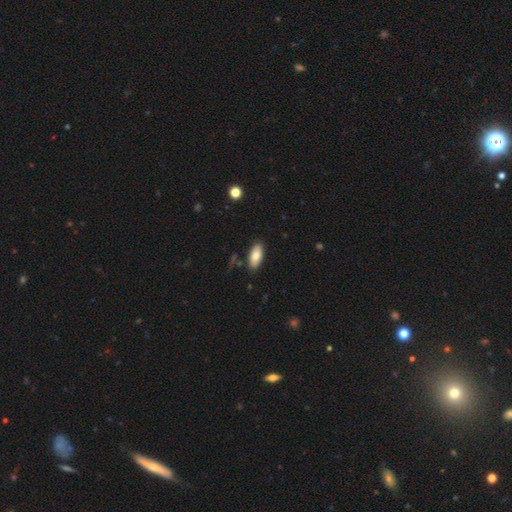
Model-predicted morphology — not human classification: smooth 80%, featured or disk 14%, star or artifact 7%. Down the decision tree: how rounded — in between (89%); merging — none (85%).